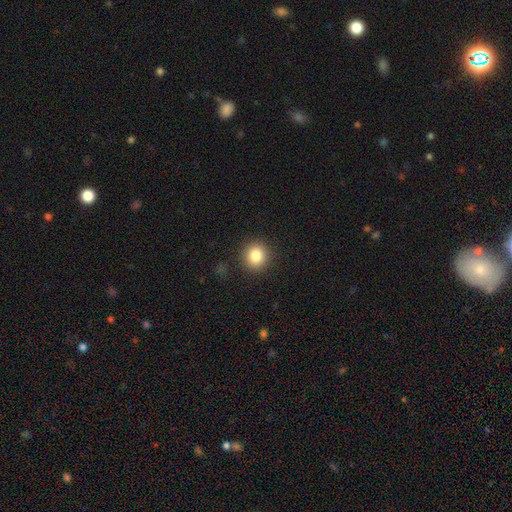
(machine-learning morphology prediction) A smooth galaxy with no disk features (84%) that is round (87%). Merging: none (90%).